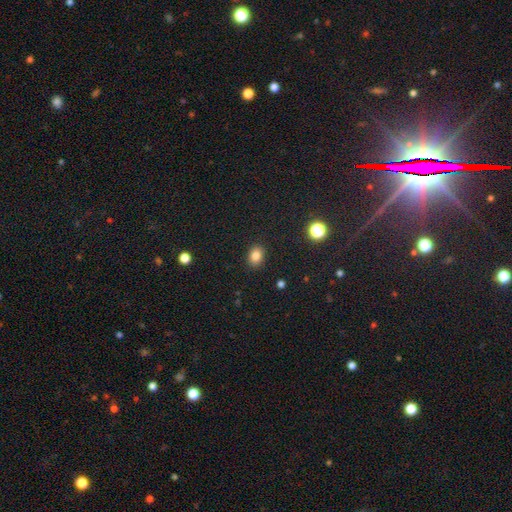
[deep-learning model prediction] Overall: smooth (83%). How rounded: in between (59%; round 40%). Merging: none (89%).